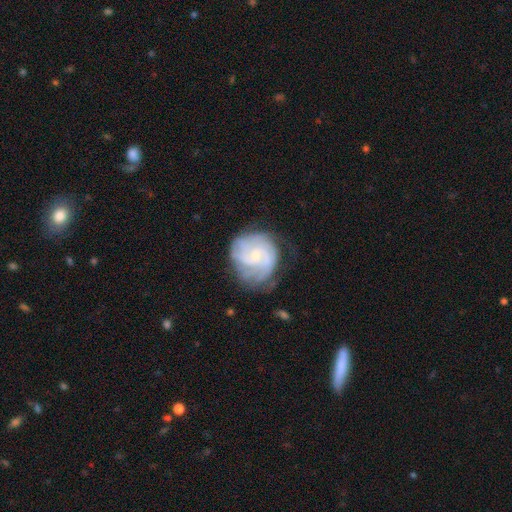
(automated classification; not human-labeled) A featured or disk galaxy (80%) with no bar (63%), tight (59%) spiral arms (94%) and a small central bulge (73%). Merging: none (62%).